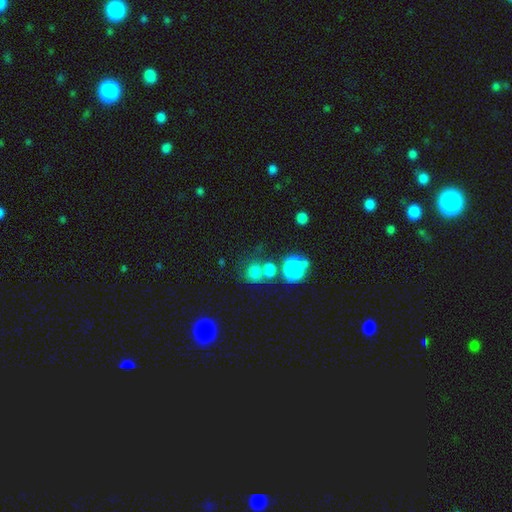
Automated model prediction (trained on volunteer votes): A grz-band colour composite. It shows a star or artifact, not a galaxy (52%).